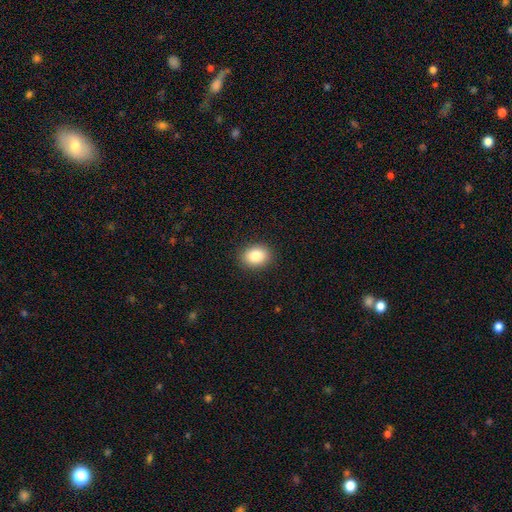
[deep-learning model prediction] smooth 85%, star or artifact 9%, featured or disk 7%. Down the decision tree: how rounded — in between (59%); merging — none (90%).